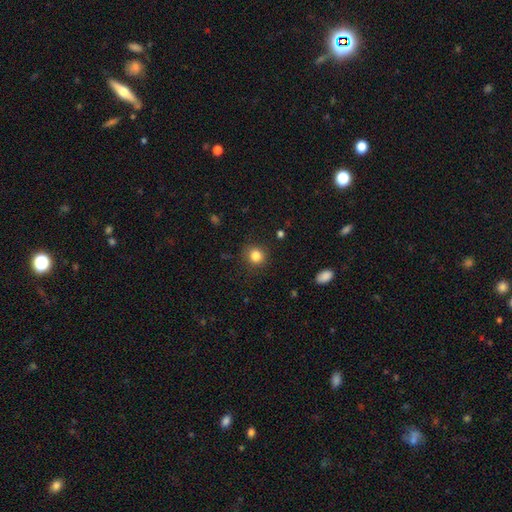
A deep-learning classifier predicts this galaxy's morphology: The model was most divided on "smooth or featured": smooth: 84%, star or artifact: 11%, featured or disk: 5%. More confident: merging — none (88%); how rounded — round (87%).